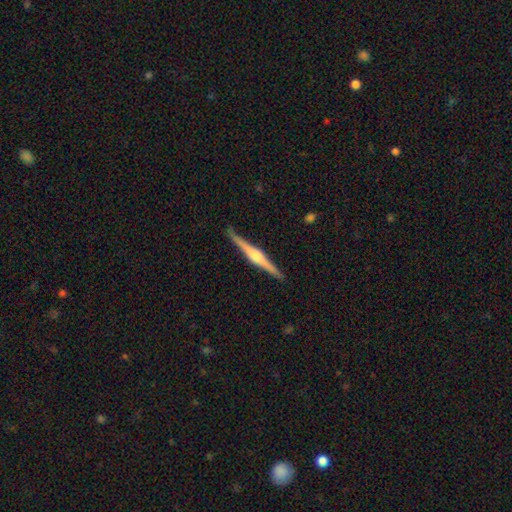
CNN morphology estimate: A featured or disk galaxy (80%) viewed edge-on (98%) with a rounded central bulge (77%). Merging: none (90%).